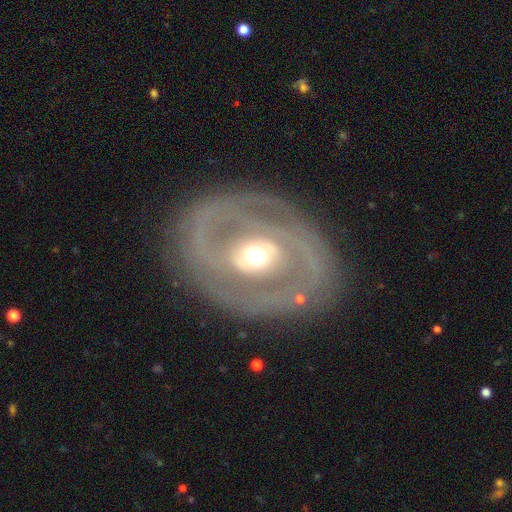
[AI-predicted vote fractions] Smooth or featured: featured or disk — 76% (smooth — 18%)
Edge-on disk: no — 94% (yes — 6%)
Bar: no — 53% (weak — 27%)
Spiral arms: no — 57% (yes — 43%)
Bulge size: moderate — 66% (small — 16%)
Merging: none — 76% (minor disturbance — 13%)